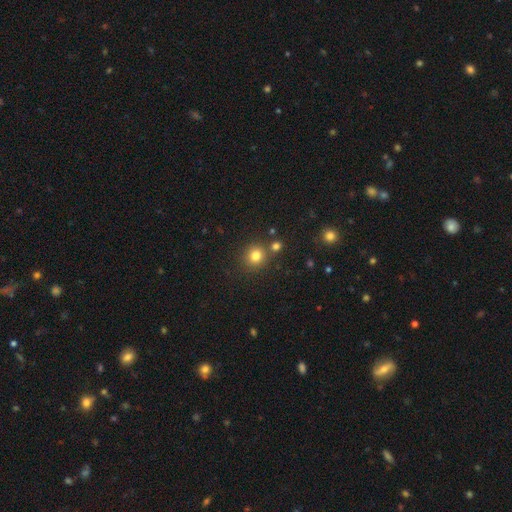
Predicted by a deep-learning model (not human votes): Smooth or featured? Predicted: smooth (p=0.80). How rounded? Predicted: round (p=0.88). Merging? Predicted: none (p=0.77).